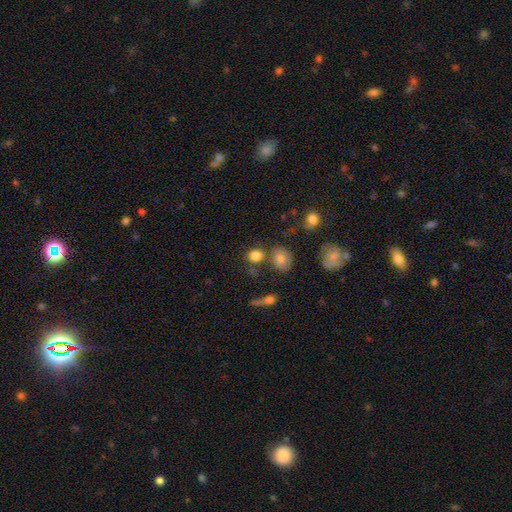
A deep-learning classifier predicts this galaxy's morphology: type=smooth (82%); roundness=round (80%); merging=none (66%).